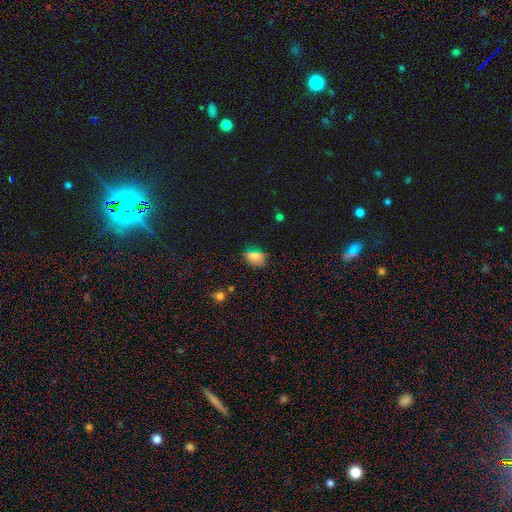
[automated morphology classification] Q: Smooth or featured?
A: smooth (73%); runner-up: star or artifact (19%)
Q: How rounded?
A: in between (75%); runner-up: round (22%)
Q: Merging?
A: none (70%); runner-up: minor disturbance (22%)